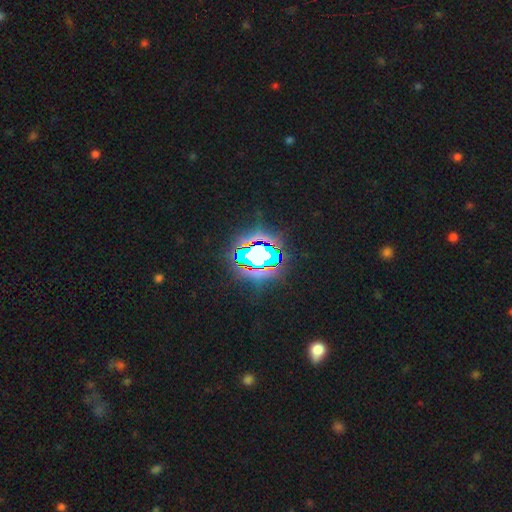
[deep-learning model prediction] Smooth or featured? star or artifact (68%)